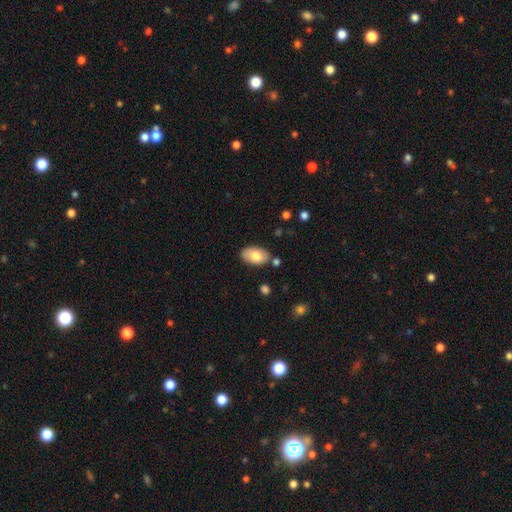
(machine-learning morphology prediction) The model was most divided on "smooth or featured": smooth: 77%, featured or disk: 17%, star or artifact: 7%. More confident: how rounded — in between (93%); merging — none (79%).